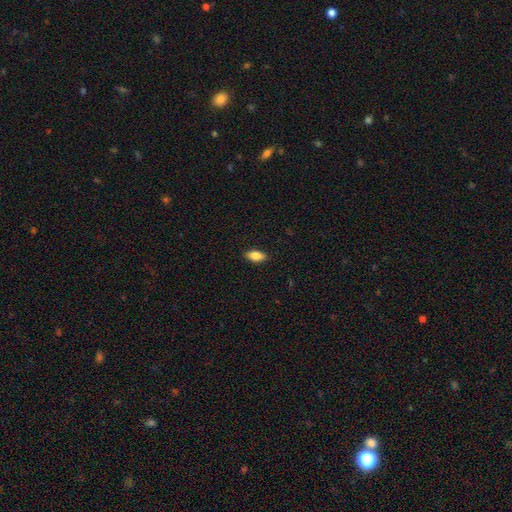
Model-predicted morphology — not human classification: Smooth or featured: smooth — 82% (featured or disk — 11%)
How rounded: in between — 87% (cigar-shaped — 10%)
Merging: none — 89% (minor disturbance — 8%)